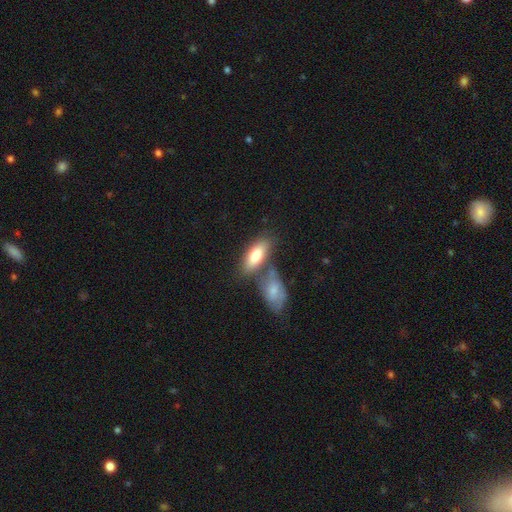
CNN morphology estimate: The model was most divided on "merging": none: 51%, merger: 32%, minor disturbance: 13%, major disturbance: 4%. More confident: how rounded — in between (82%); smooth or featured — smooth (76%).